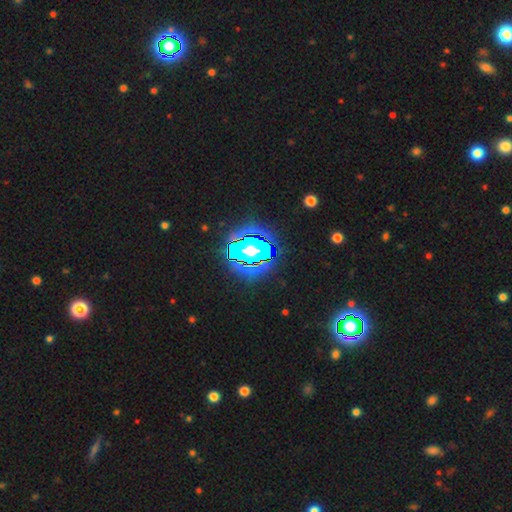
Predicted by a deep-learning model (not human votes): Overall: star or artifact (79%).